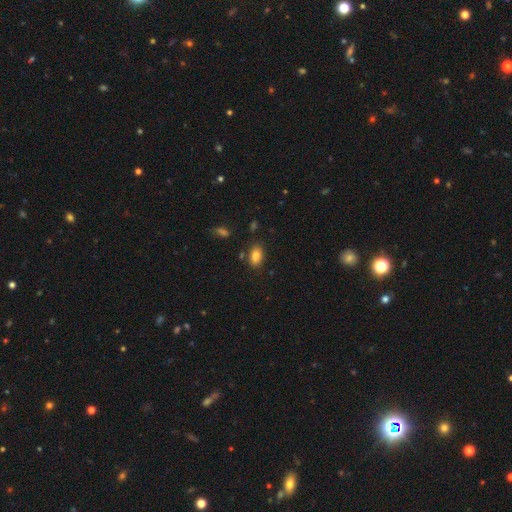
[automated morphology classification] type=smooth (85%); roundness=in between (90%); merging=none (82%).